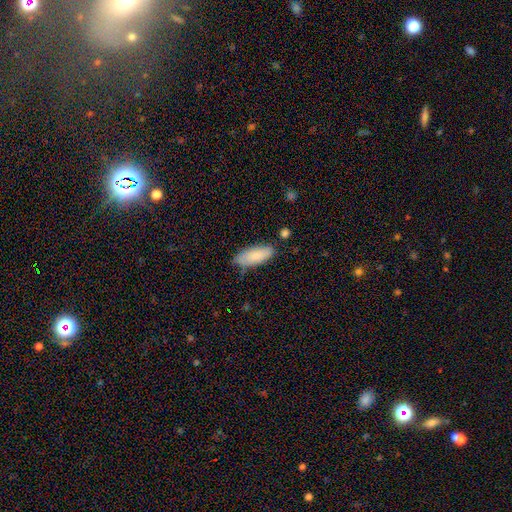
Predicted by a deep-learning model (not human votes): The model was most divided on "merging": none: 72%, minor disturbance: 21%, major disturbance: 4%, merger: 4%. More confident: smooth or featured — smooth (85%); how rounded — in between (75%).